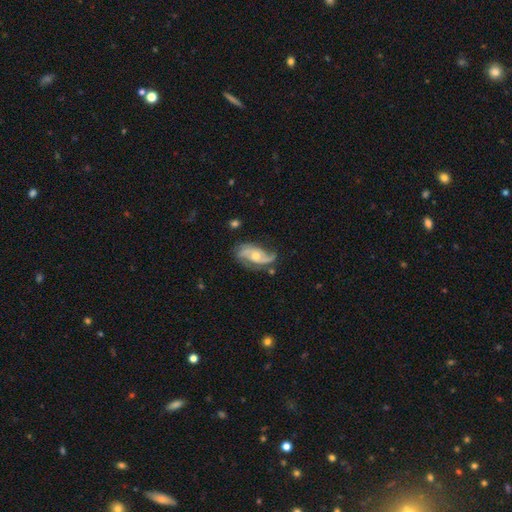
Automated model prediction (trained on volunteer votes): Smooth or featured: featured or disk — 83% (smooth — 11%)
Edge-on disk: no — 96% (yes — 4%)
Bar: no — 62% (weak — 30%)
Spiral arms: yes — 95% (no — 5%)
Spiral winding: medium — 45% (loose — 34%)
Spiral arm count: 2 — 71% (3 — 11%)
Bulge size: moderate — 64% (small — 28%)
Merging: none — 60% (minor disturbance — 24%)